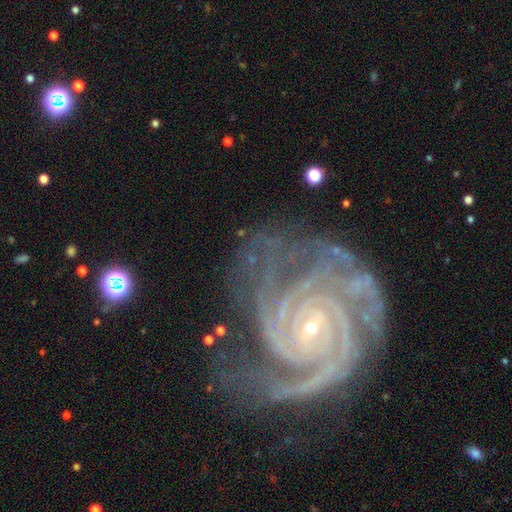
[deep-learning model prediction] Smooth or featured: featured or disk — 92% (star or artifact — 5%)
Edge-on disk: no — 98% (yes — 2%)
Bar: no — 53% (weak — 29%)
Spiral arms: yes — 99% (no — 1%)
Spiral winding: tight — 80% (medium — 18%)
Spiral arm count: 4 — 25% (3 — 24%)
Bulge size: small — 84% (moderate — 12%)
Merging: none — 63% (minor disturbance — 20%)